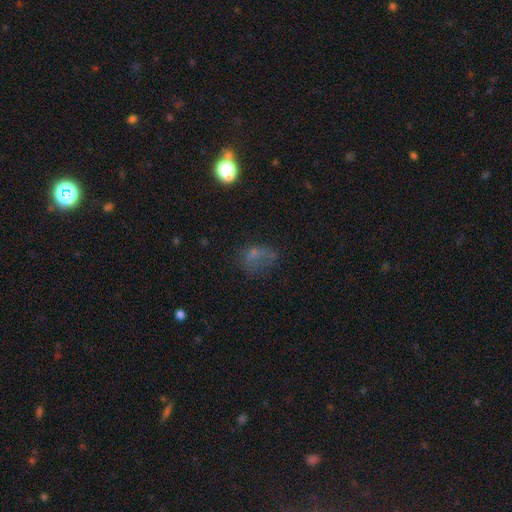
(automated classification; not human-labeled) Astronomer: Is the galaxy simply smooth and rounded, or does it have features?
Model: smooth — 51%.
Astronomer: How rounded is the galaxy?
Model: in between — 67%.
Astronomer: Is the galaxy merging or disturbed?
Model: none — 39% (runner-up: major disturbance, 33%).